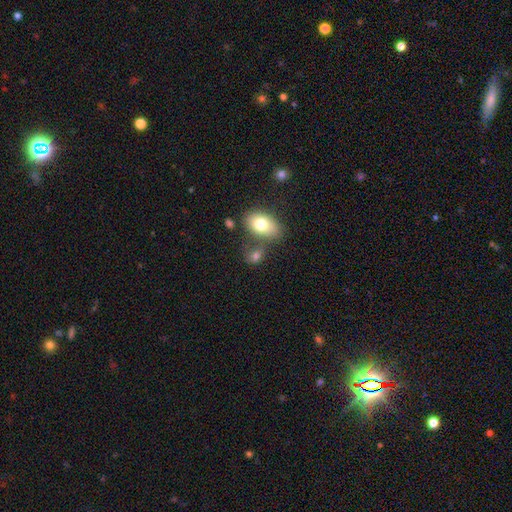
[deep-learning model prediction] A smooth galaxy with no disk features (76%) that is in between round and cigar-shaped (73%). Merging: none (45%).